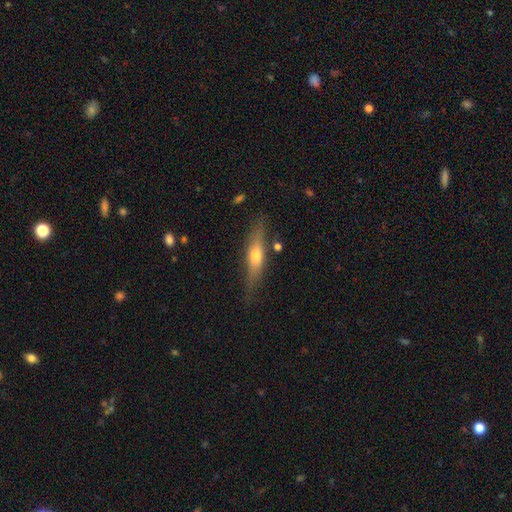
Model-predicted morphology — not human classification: featured or disk 50%, smooth 44%, star or artifact 7%. Down the decision tree: merging — none (79%).